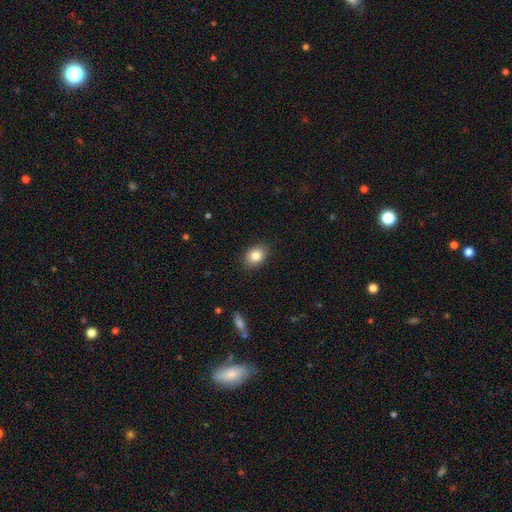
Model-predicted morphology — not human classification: Smooth or featured?
  - smooth: 83% *
  - star or artifact: 9%
  - featured or disk: 8%
How rounded?
  - in between: 67% *
  - round: 32%
  - cigar-shaped: 1%
Merging?
  - none: 87% *
  - minor disturbance: 9%
  - major disturbance: 2%
  - merger: 1%